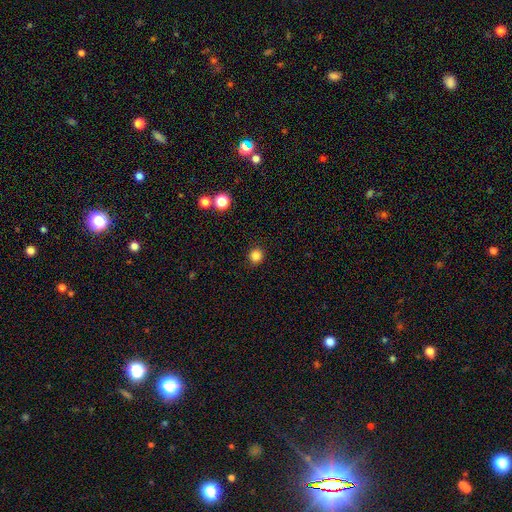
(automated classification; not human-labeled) Smooth or featured? smooth (85%)
How rounded? round (88%)
Merging? none (91%)